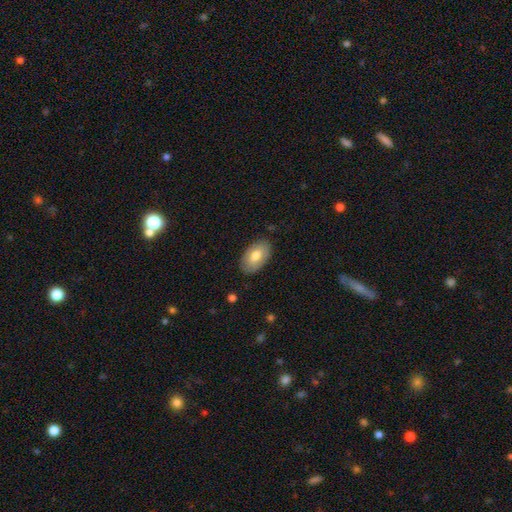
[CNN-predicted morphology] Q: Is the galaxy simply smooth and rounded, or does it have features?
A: smooth — 70%.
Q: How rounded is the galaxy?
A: in between — 94%.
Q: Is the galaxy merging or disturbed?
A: none — 84%.